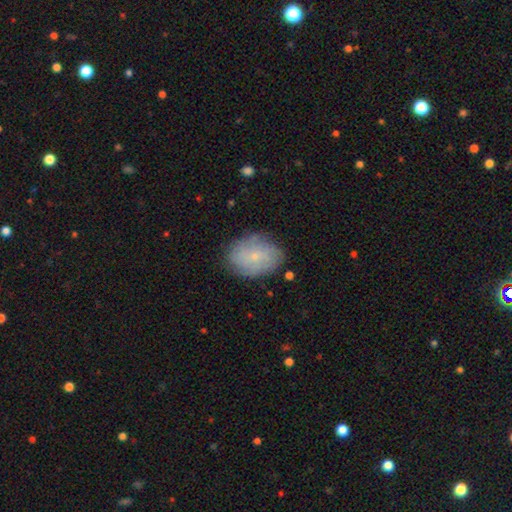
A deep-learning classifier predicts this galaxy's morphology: type=smooth (49%); merging=none (78%).